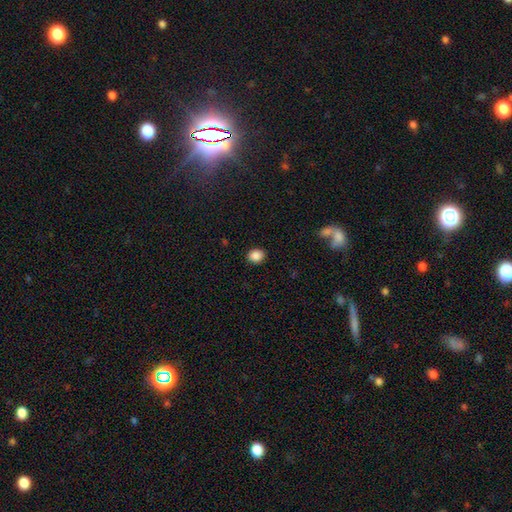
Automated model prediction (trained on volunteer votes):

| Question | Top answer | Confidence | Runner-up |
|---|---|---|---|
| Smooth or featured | smooth | 87% | star or artifact (10%) |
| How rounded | round | 64% | in between (35%) |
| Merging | none | 90% | minor disturbance (7%) |